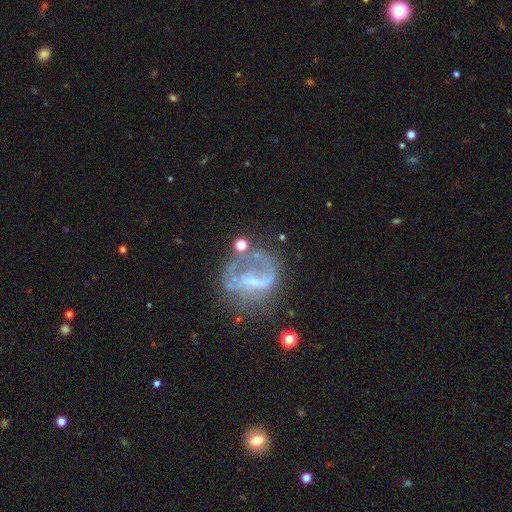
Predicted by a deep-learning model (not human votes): Morphology: type=featured or disk (66%); edge-on=no (96%); bar=no (37%, tied with weak); spiral arms=no (52%); bulge=small (42%); merging=none (38%).